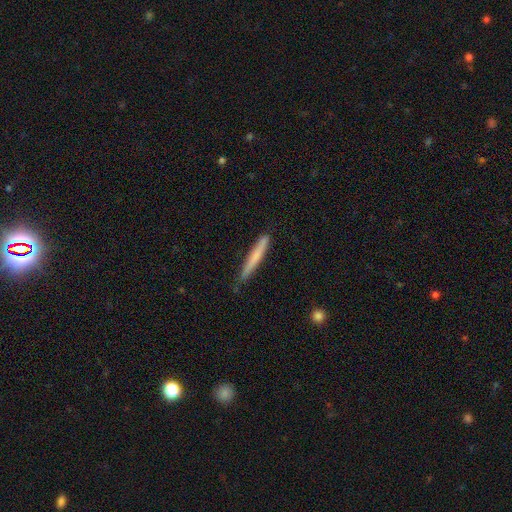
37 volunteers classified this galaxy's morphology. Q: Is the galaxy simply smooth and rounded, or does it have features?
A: smooth — 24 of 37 (65%).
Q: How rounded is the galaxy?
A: cigar-shaped — 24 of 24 (100%).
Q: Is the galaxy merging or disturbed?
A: none — 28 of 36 (78%).